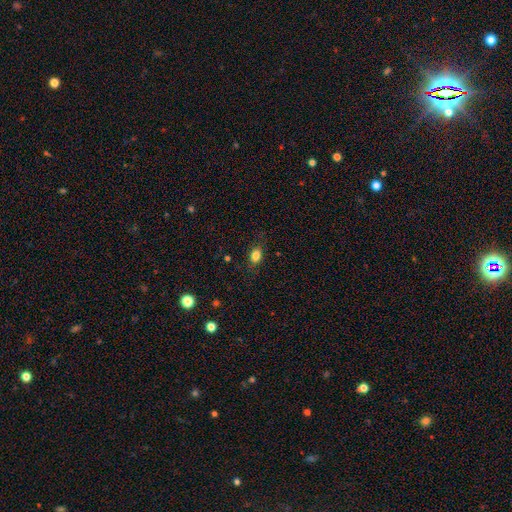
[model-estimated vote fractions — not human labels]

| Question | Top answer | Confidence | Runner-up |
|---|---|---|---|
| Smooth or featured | smooth | 82% | star or artifact (10%) |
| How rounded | in between | 73% | round (24%) |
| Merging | none | 81% | minor disturbance (14%) |